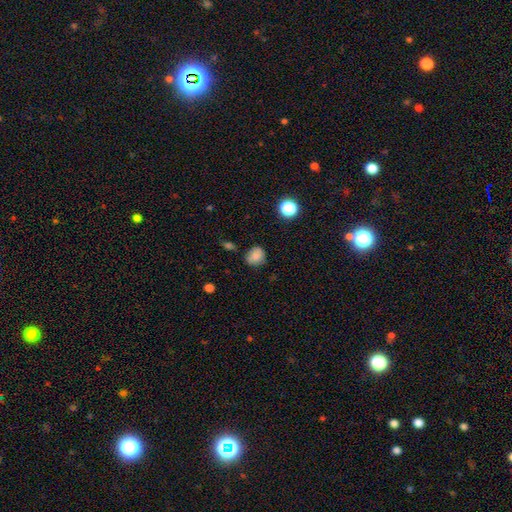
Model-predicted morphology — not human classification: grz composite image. It shows a smooth galaxy with no disk features (82%) that is round (75%). Merging: none (73%).